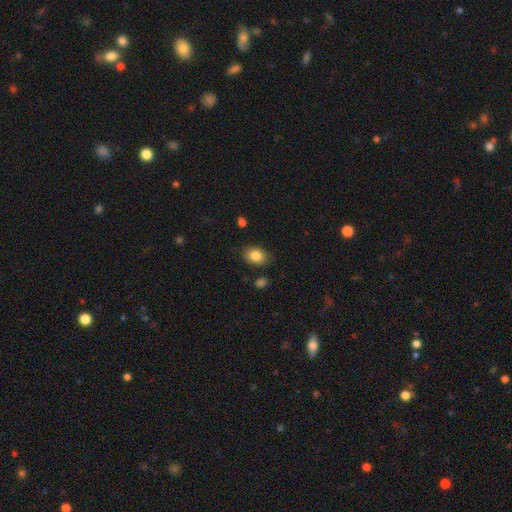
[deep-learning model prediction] Overall: smooth (85%). How rounded: in between (71%). Merging: none (82%).